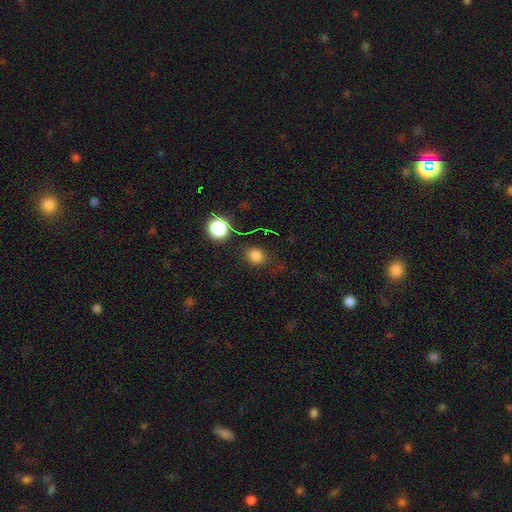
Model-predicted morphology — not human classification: Smooth or featured? smooth (77%)
How rounded? round (72%)
Merging? none (80%)